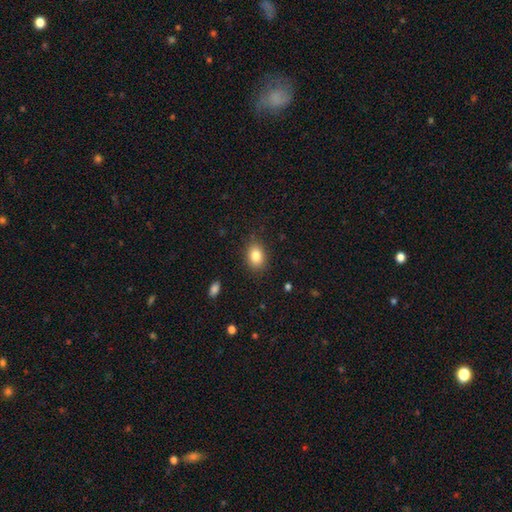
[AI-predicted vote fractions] Morphology: type=smooth (84%); roundness=in between (72%); merging=none (85%).